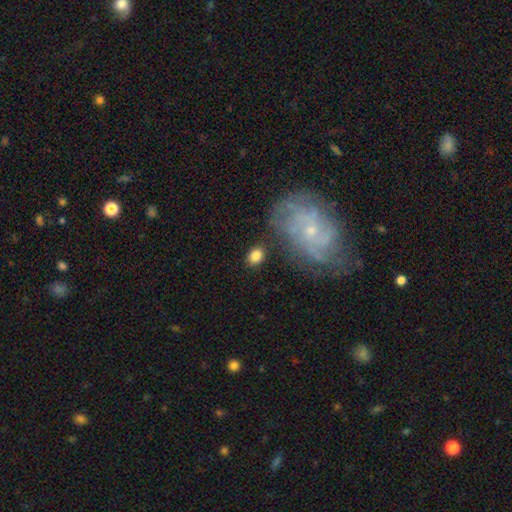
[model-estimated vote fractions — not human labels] Smooth or featured? Predicted: smooth (p=0.80). How rounded? Predicted: in between (p=0.55). Merging? Predicted: none (p=0.81).